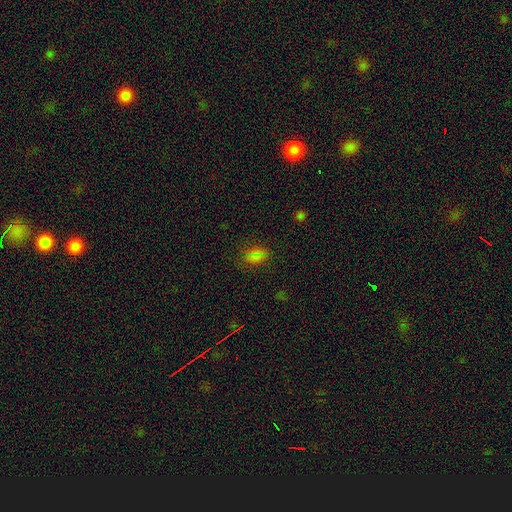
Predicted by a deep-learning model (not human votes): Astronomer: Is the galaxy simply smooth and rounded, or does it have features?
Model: smooth — 73%.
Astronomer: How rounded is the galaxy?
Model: in between — 82%.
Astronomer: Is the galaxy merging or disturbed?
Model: none — 78%.